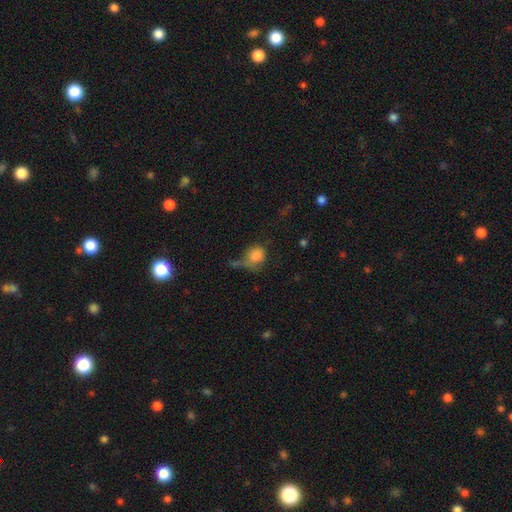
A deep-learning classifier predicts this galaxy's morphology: smooth 81%, star or artifact 10%, featured or disk 9%. Down the decision tree: how rounded — round (76%); merging — none (36%).